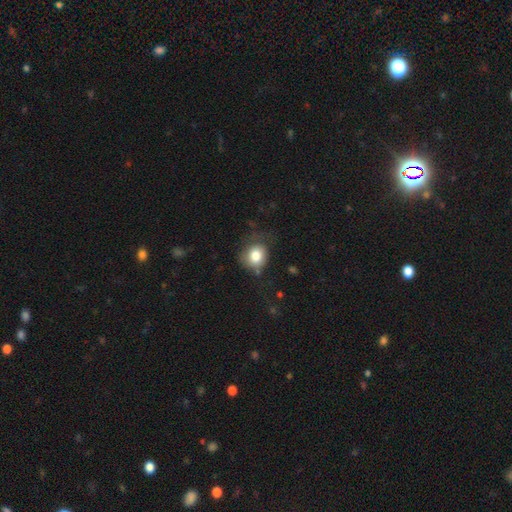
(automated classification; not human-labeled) A smooth galaxy with no disk features (80%) that is round (73%). Merging: none (61%).